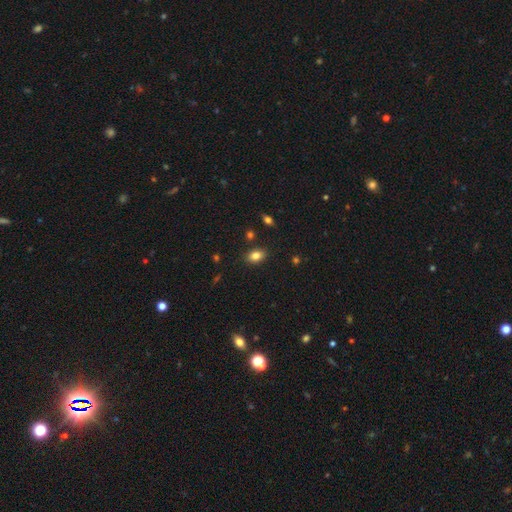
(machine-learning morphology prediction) The model was most divided on "how rounded": in between: 82%, round: 16%, cigar-shaped: 2%. More confident: merging — none (85%); smooth or featured — smooth (82%).